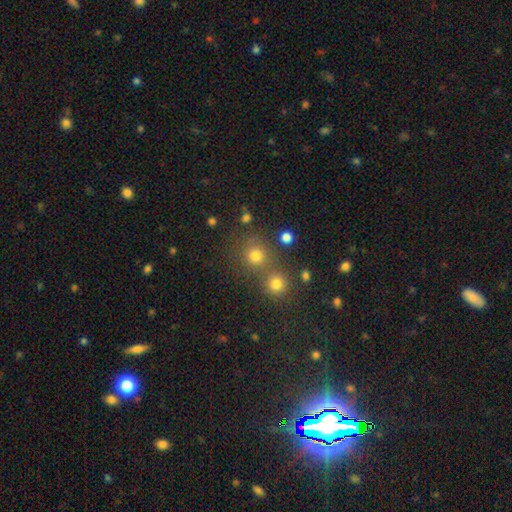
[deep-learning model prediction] smooth-or-featured: smooth: 76% | star or artifact: 17% | featured or disk: 7%
  how-rounded: round: 88% | in between: 11% | cigar-shaped: 1%
  merging: none: 63% | merger: 25% | minor disturbance: 8% | major disturbance: 4%